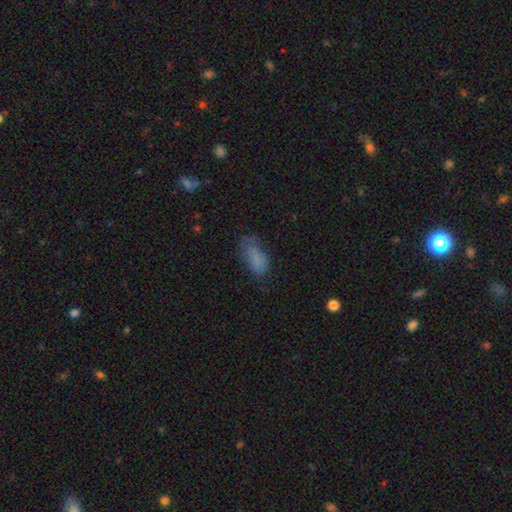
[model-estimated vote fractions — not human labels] A smooth galaxy with no disk features (75%) that is in between round and cigar-shaped (90%).

Vote fractions:
- Smooth or featured? smooth: 75% / featured or disk: 14% / star or artifact: 11%
- How rounded? in between: 90% / cigar-shaped: 6% / round: 4%
- Merging? none: 49% / minor disturbance: 31% / major disturbance: 17% / merger: 2%